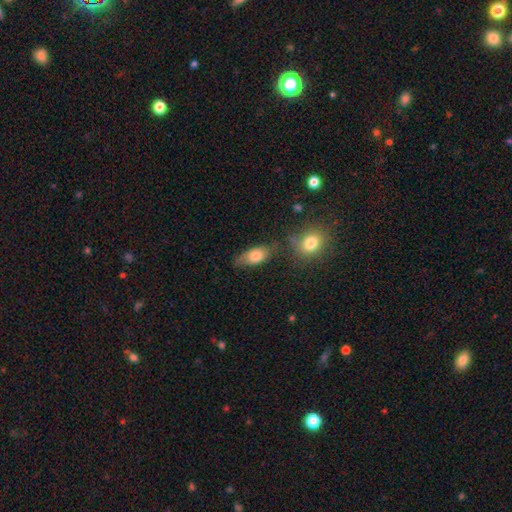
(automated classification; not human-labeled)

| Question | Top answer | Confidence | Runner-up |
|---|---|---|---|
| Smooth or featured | smooth | 76% | featured or disk (16%) |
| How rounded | in between | 85% | cigar-shaped (8%) |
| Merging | none | 57% | minor disturbance (26%) |